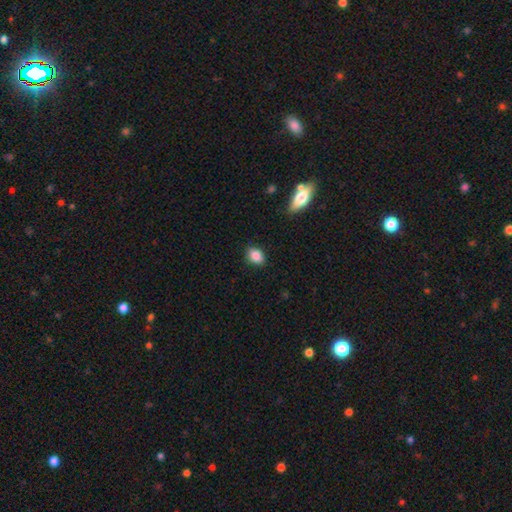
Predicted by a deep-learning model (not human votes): smooth 87%, star or artifact 8%, featured or disk 5%. Down the decision tree: how rounded — in between (73%); merging — none (86%).